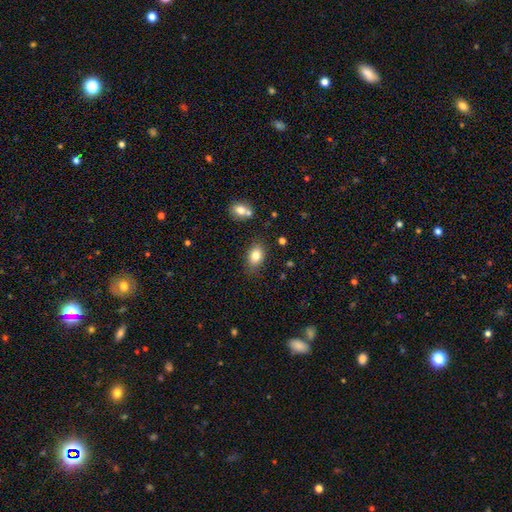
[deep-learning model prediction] Smooth or featured?
  - smooth: 82% *
  - star or artifact: 9%
  - featured or disk: 9%
How rounded?
  - in between: 78% *
  - round: 21%
  - cigar-shaped: 1%
Merging?
  - none: 79% *
  - minor disturbance: 15%
  - merger: 3%
  - major disturbance: 3%